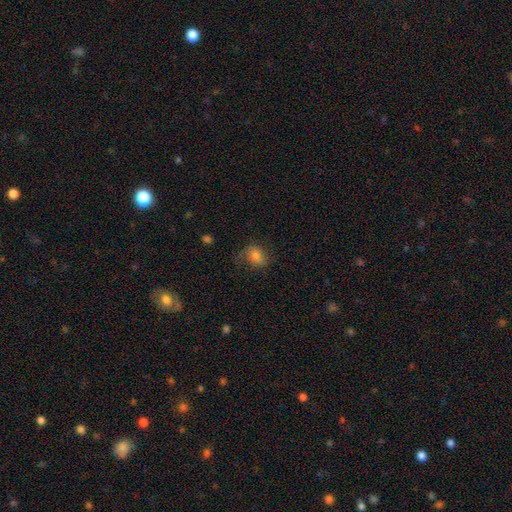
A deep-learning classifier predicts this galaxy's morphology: Smooth or featured? smooth (63%)
How rounded? in between (55%)
Merging? none (55%)